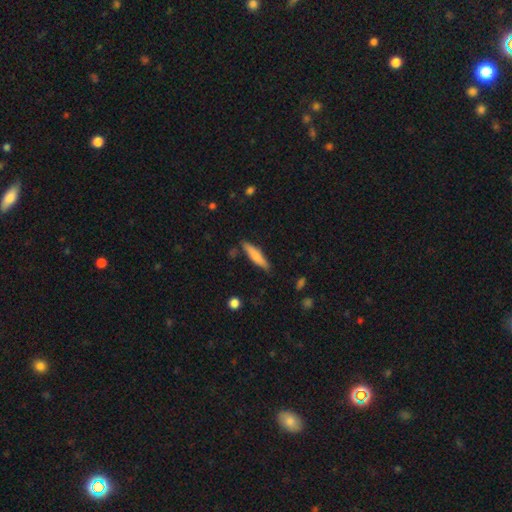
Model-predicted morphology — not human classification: smooth_or_featured: smooth (p=0.72) [alt: featured or disk p=0.22]
how_rounded: cigar-shaped (p=0.83) [alt: in between p=0.15]
merging: none (p=0.82) [alt: minor disturbance p=0.13]